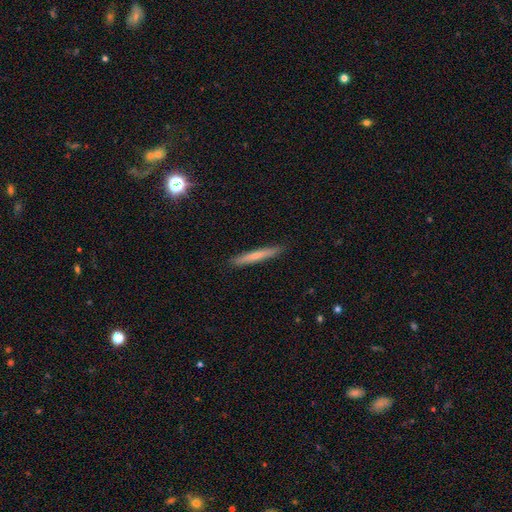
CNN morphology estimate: This is likely a smooth galaxy (61%). How rounded: clearly cigar-shaped (96%). Merging: clearly none (90%).